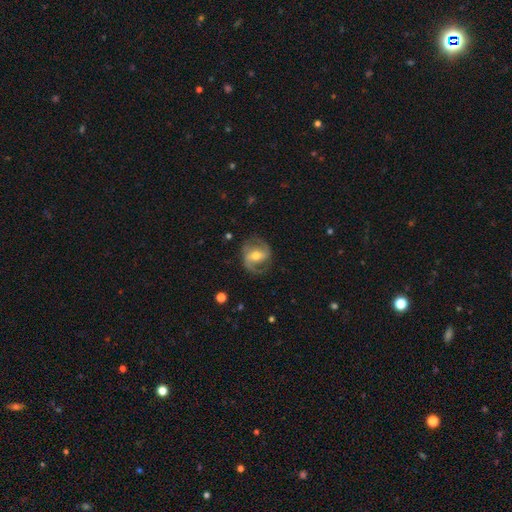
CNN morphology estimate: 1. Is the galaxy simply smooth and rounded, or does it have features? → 81% featured or disk, 13% smooth, 6% star or artifact.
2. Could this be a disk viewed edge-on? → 97% no, 3% yes.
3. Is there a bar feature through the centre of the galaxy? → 43% weak, 30% no, 27% strong.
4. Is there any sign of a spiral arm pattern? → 94% yes, 6% no.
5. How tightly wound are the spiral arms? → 49% medium, 32% loose, 18% tight.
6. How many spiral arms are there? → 87% 2, 5% can't tell, 4% 1, 2% 3, 1% 4, 1% more than 4.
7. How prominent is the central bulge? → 65% moderate, 28% small, 5% large, 1% none, 1% dominant.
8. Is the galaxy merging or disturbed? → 74% none, 16% minor disturbance, 9% major disturbance, 1% merger.